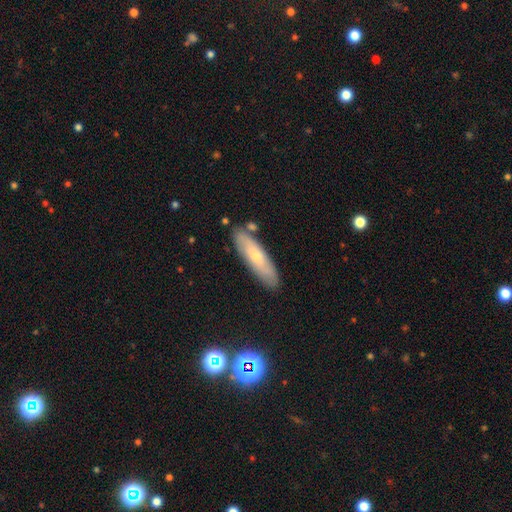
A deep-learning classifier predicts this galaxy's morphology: A smooth galaxy with no disk features (58%) that is cigar-shaped (68%). Merging: none (81%).